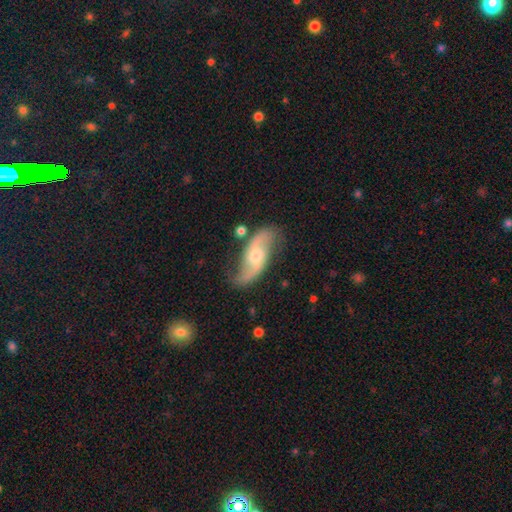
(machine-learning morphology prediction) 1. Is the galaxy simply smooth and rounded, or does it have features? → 84% featured or disk, 11% smooth, 5% star or artifact.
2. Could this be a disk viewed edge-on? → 94% no, 6% yes.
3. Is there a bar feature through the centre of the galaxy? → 54% no, 35% weak, 11% strong.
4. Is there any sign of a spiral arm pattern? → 95% yes, 5% no.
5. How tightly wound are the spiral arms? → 68% loose, 24% medium, 7% tight.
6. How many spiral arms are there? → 92% 2, 3% can't tell, 2% 1, 1% 3, 1% 4, 1% more than 4.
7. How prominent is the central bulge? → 55% moderate, 38% small, 3% large, 2% none, 1% dominant.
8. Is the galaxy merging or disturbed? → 74% none, 17% minor disturbance, 6% major disturbance, 3% merger.